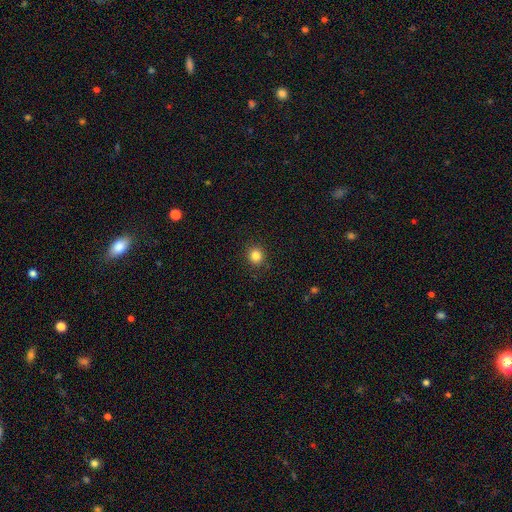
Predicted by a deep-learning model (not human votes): A smooth galaxy with no disk features (84%) that is round (89%). Merging: none (91%).